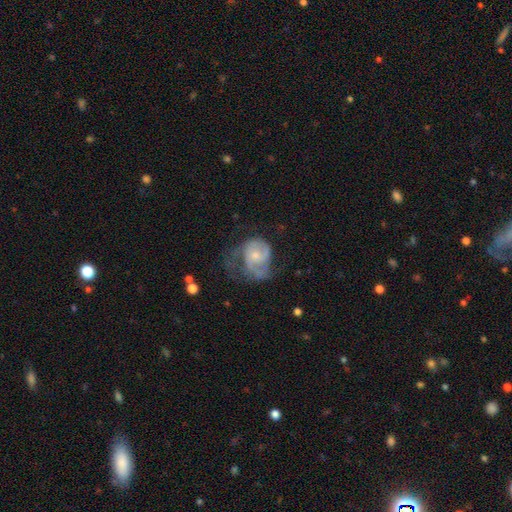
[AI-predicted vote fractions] Overall: featured or disk (69%). Edge-on disk: no (98%). Bar: no (72%). Spiral arms: yes (82%). Spiral arm count: 2 (46%; can't tell 23%). Spiral winding: medium (43%; tight 34%). Bulge size: small (53%; moderate 38%). Merging: major disturbance (40%; none 30%).